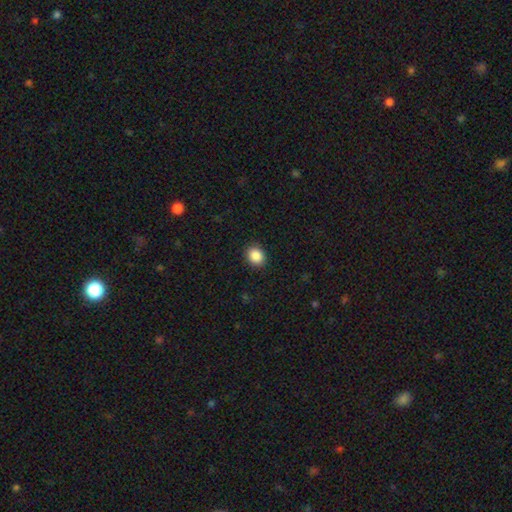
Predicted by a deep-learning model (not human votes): Smooth or featured? Predicted: smooth (p=0.88). How rounded? Predicted: round (p=0.62). Merging? Predicted: none (p=0.90).